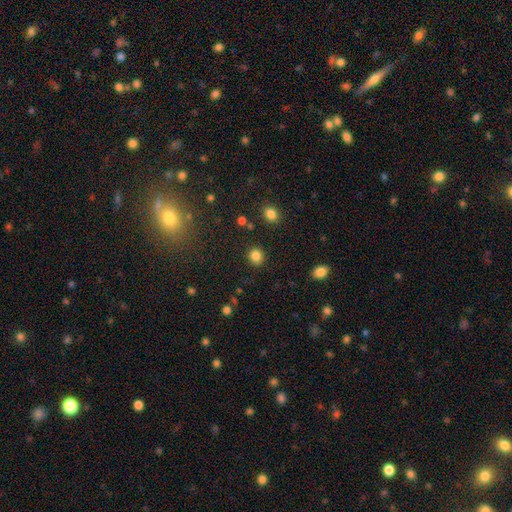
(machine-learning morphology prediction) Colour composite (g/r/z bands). It shows a smooth galaxy with no disk features (84%) that is round (81%). Merging: none (88%).